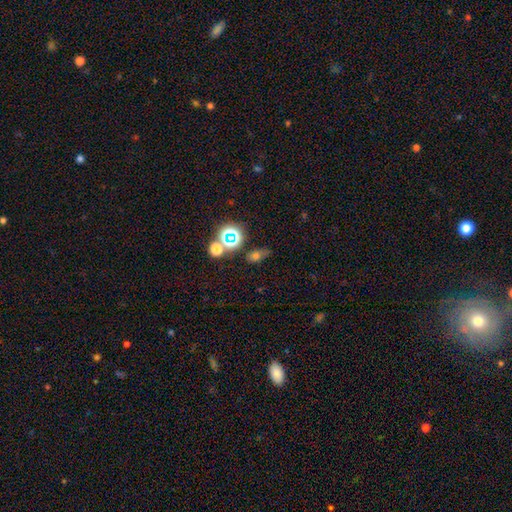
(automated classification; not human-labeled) Q: Smooth or featured?
A: smooth (53%); runner-up: star or artifact (33%)
Q: How rounded?
A: in between (63%); runner-up: round (32%)
Q: Merging?
A: none (57%); runner-up: minor disturbance (21%)